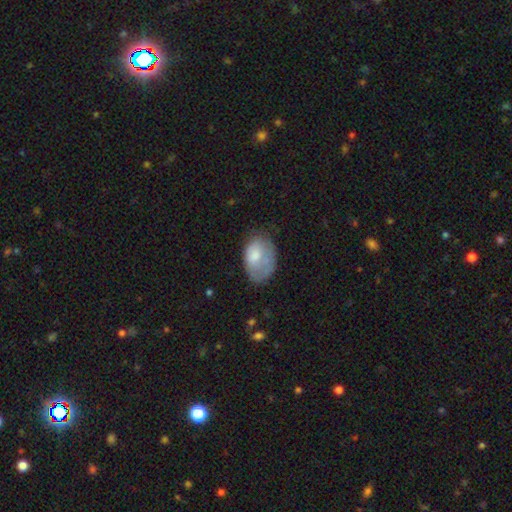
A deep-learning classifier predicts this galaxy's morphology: This is likely a smooth galaxy (68%). How rounded: clearly in between (89%). Merging: possibly none (46%).